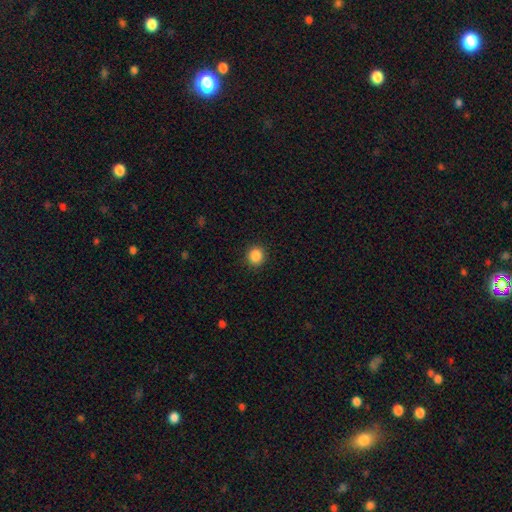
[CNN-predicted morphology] Smooth or featured: smooth — 87% (star or artifact — 10%)
How rounded: round — 91% (in between — 8%)
Merging: none — 92% (minor disturbance — 5%)